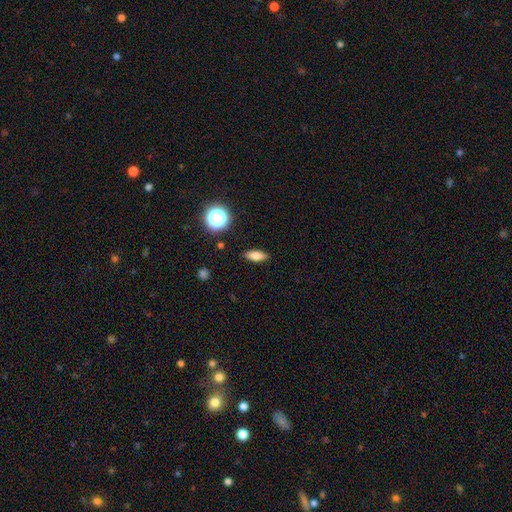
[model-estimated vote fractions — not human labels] Smooth or featured? smooth (78%)
How rounded? in between (72%)
Merging? none (89%)